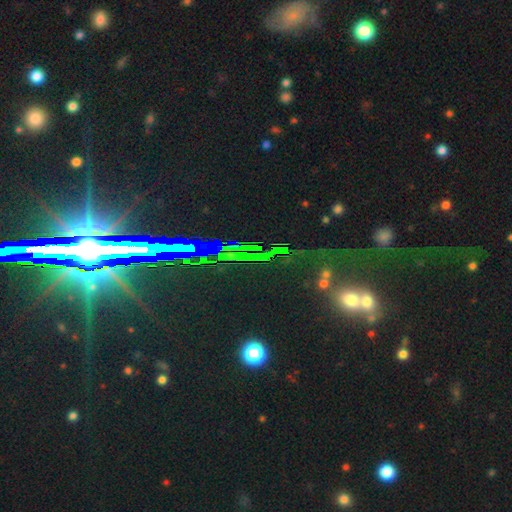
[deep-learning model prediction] Morphology: type=star or artifact (70%).